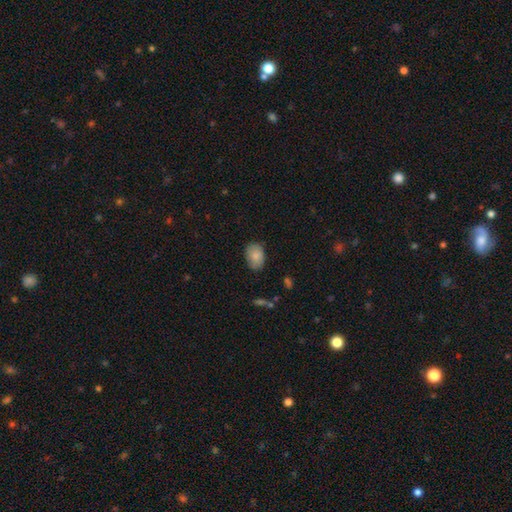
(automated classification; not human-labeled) Smooth or featured? smooth (83%)
How rounded? in between (83%)
Merging? none (79%)